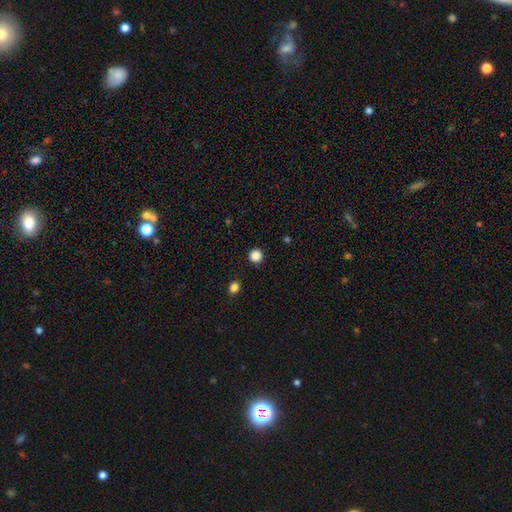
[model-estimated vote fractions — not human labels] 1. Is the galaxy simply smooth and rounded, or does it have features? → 85% smooth, 12% star or artifact, 3% featured or disk.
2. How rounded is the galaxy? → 95% round, 4% in between, 1% cigar-shaped.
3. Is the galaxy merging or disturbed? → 92% none, 4% minor disturbance, 2% major disturbance, 1% merger.